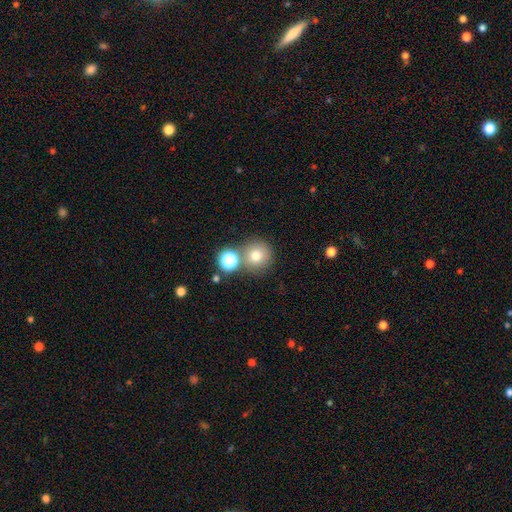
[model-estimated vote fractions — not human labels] smooth_or_featured: smooth (p=0.73) [alt: star or artifact p=0.16]
how_rounded: round (p=0.93) [alt: in between p=0.06]
merging: none (p=0.69) [alt: merger p=0.18]